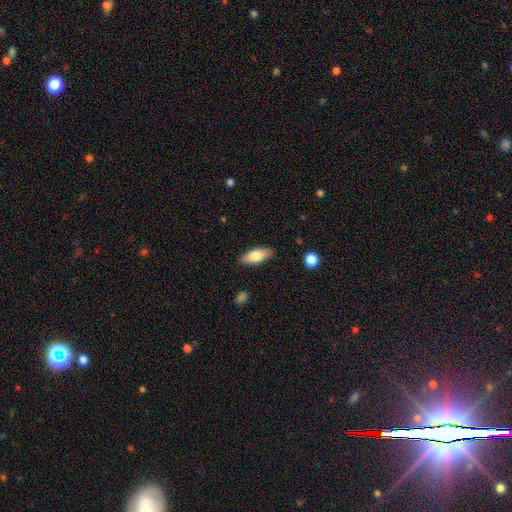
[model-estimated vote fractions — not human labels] smooth_or_featured: smooth (p=0.77) [alt: featured or disk p=0.17]
how_rounded: in between (p=0.78) [alt: cigar-shaped p=0.19]
merging: none (p=0.87) [alt: minor disturbance p=0.10]